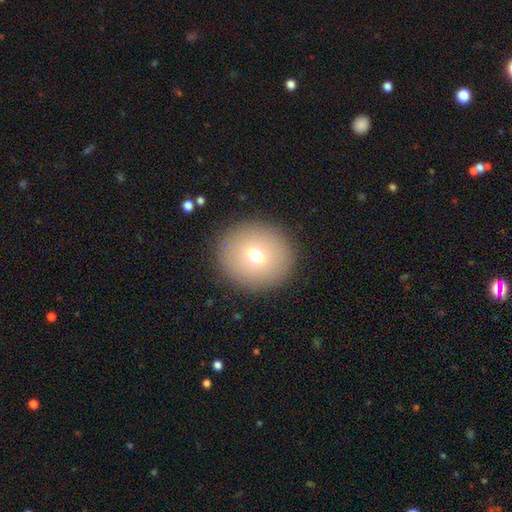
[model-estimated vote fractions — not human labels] Smooth or featured?
  - smooth: 69% *
  - featured or disk: 16%
  - star or artifact: 14%
How rounded?
  - round: 89% *
  - in between: 10%
  - cigar-shaped: 1%
Merging?
  - none: 90% *
  - minor disturbance: 6%
  - major disturbance: 3%
  - merger: 1%